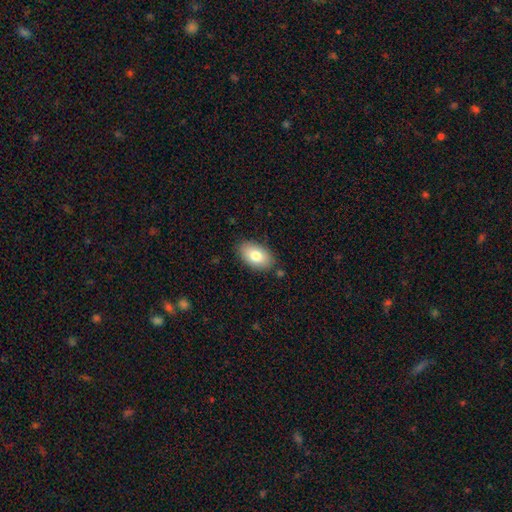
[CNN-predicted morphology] smooth 79%, featured or disk 14%, star or artifact 7%. Down the decision tree: how rounded — in between (92%); merging — none (84%).